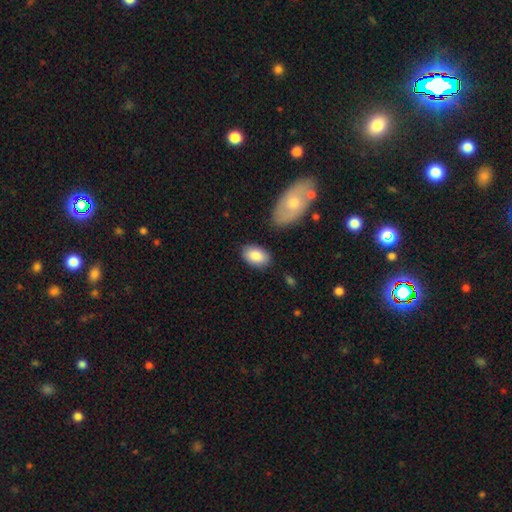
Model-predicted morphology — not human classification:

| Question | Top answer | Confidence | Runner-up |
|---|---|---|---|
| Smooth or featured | smooth | 87% | featured or disk (8%) |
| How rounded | in between | 92% | round (7%) |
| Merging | none | 81% | minor disturbance (12%) |